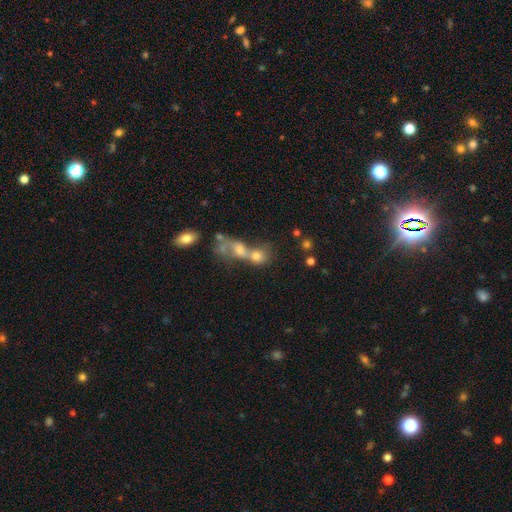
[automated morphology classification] smooth_or_featured: smooth (p=0.38) [alt: star or artifact p=0.35]
merging: merger (p=0.56) [alt: none p=0.29]